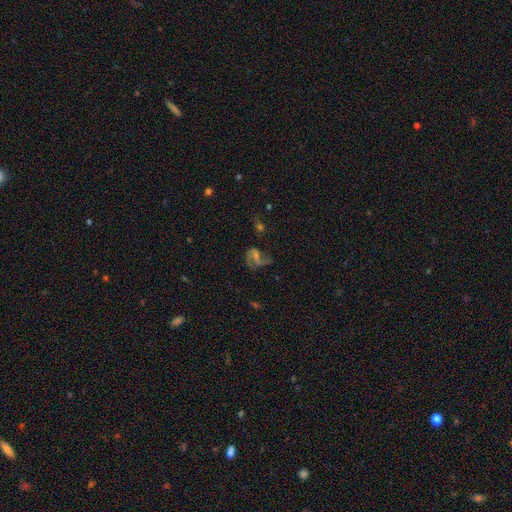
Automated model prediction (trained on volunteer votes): Smooth or featured? Predicted: featured or disk (p=0.64). Edge-on disk? Predicted: no (p=0.97). Bar? Predicted: weak (p=0.43). Spiral arms? Predicted: yes (p=0.82). Spiral winding? Predicted: loose (p=0.51). Spiral arm count? Predicted: 2 (p=0.67). Bulge size? Predicted: small (p=0.46). Merging? Predicted: none (p=0.45).